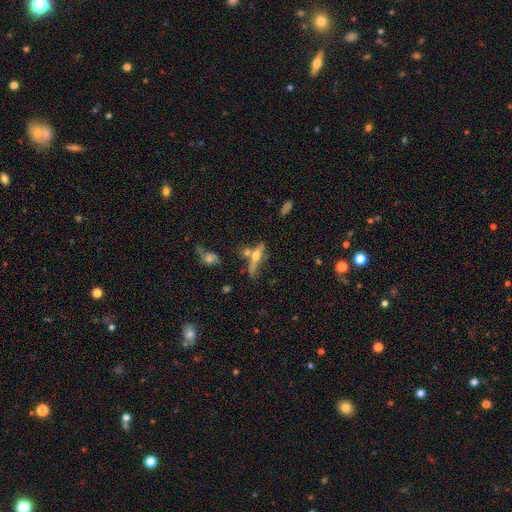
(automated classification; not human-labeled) smooth_or_featured: featured or disk (p=0.56) [alt: smooth p=0.35]
disk_edge_on: yes (p=0.89) [alt: no p=0.11]
merging: none (p=0.53) [alt: merger p=0.23]